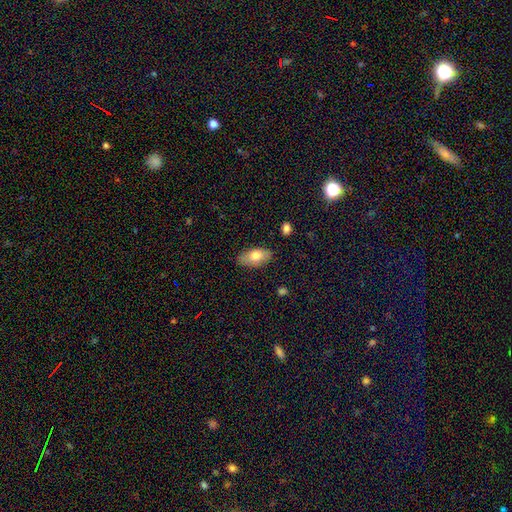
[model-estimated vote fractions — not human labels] smooth 74%, featured or disk 20%, star or artifact 6%. Down the decision tree: how rounded — in between (92%); merging — none (83%).